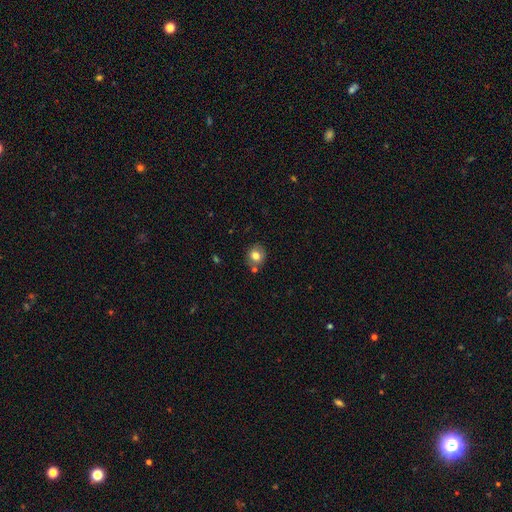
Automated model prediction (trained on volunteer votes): smooth_or_featured: smooth (p=0.79) [alt: featured or disk p=0.11]
how_rounded: round (p=0.76) [alt: in between p=0.23]
merging: none (p=0.75) [alt: minor disturbance p=0.13]